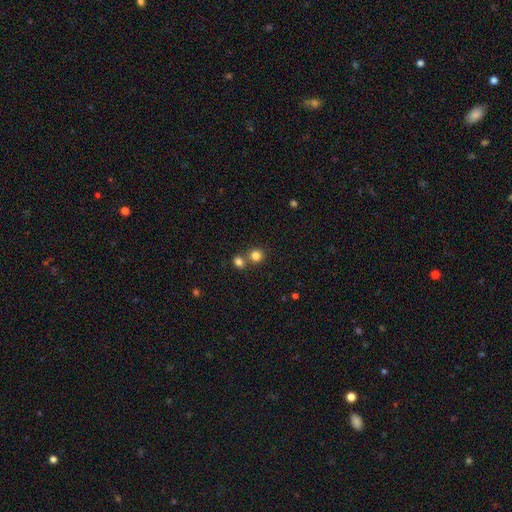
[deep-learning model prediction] smooth-or-featured: smooth: 82% | star or artifact: 12% | featured or disk: 6%
  how-rounded: round: 87% | in between: 12% | cigar-shaped: 1%
  merging: none: 61% | merger: 30% | minor disturbance: 7% | major disturbance: 2%